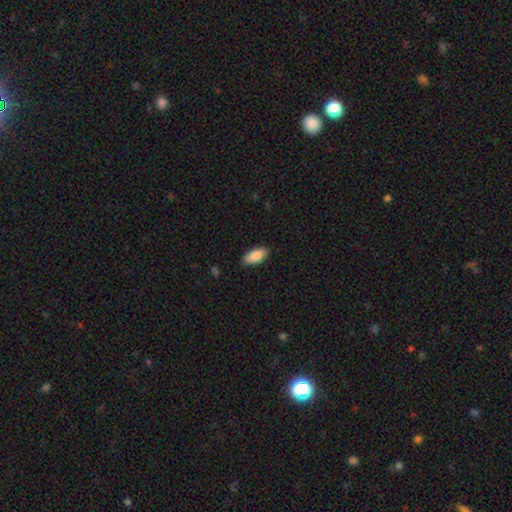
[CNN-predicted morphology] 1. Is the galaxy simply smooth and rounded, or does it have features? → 88% smooth, 6% featured or disk, 6% star or artifact.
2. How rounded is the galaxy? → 89% in between, 9% cigar-shaped, 2% round.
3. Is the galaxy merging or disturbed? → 84% none, 12% minor disturbance, 2% major disturbance, 1% merger.